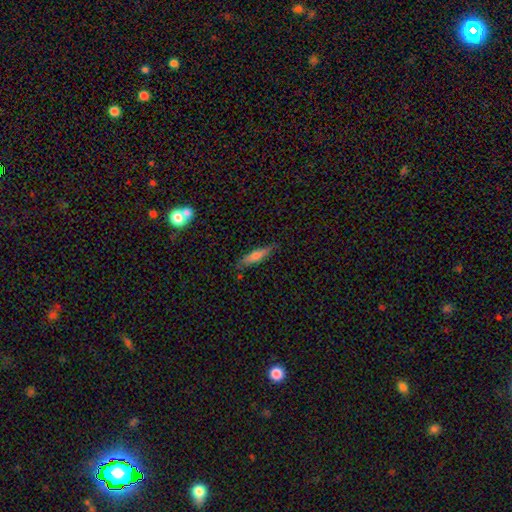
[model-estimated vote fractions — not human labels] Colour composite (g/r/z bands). It shows a smooth galaxy with no disk features (66%) that is cigar-shaped (77%). Merging: none (79%).